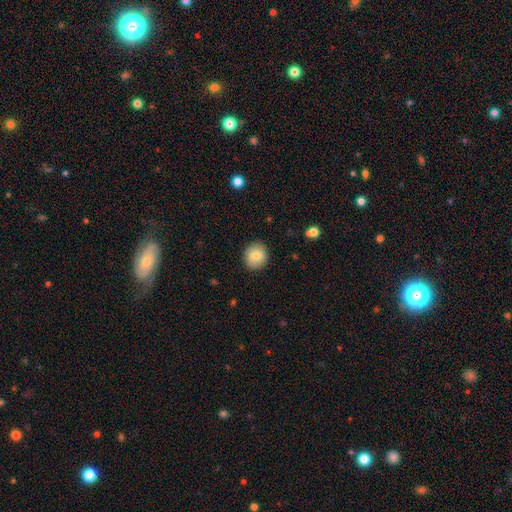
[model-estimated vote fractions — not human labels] Smooth or featured? Predicted: smooth (p=0.80). How rounded? Predicted: round (p=0.80). Merging? Predicted: none (p=0.89).